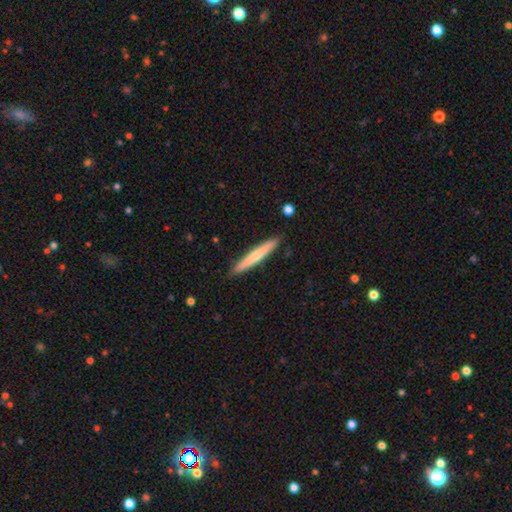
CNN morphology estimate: This appears to be a smooth galaxy with no disk features (55%) that is cigar-shaped (95%). Merging: none (91%).